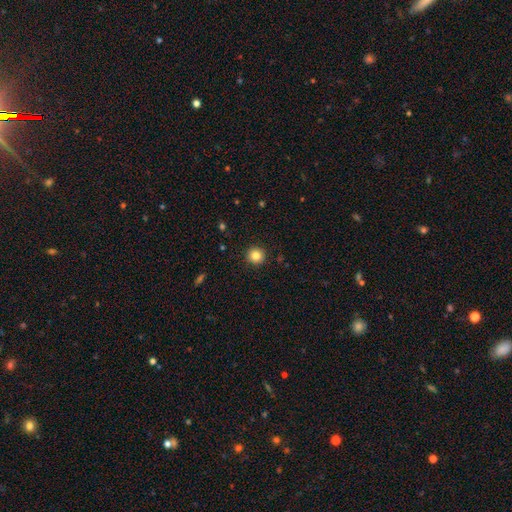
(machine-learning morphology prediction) A smooth galaxy with no disk features (83%) that is round (95%).

Vote fractions:
- Smooth or featured? smooth: 83% / star or artifact: 11% / featured or disk: 6%
- How rounded? round: 95% / in between: 4% / cigar-shaped: 1%
- Merging? none: 92% / minor disturbance: 5% / major disturbance: 2% / merger: 1%